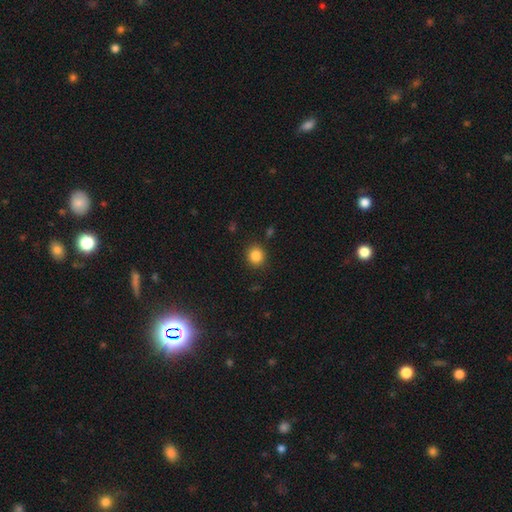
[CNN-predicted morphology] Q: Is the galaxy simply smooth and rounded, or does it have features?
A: smooth — 85%.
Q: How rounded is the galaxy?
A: round — 86%.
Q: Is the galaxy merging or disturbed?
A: none — 89%.